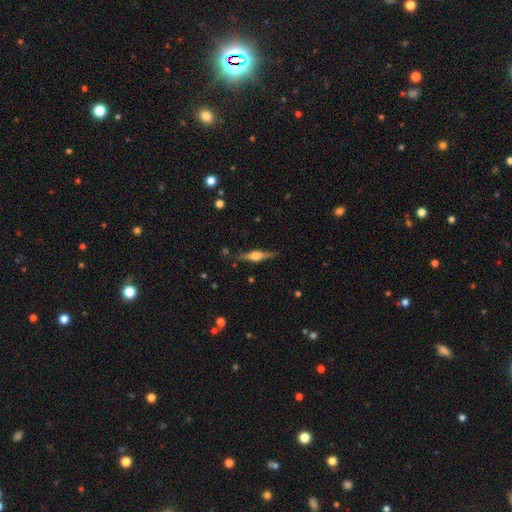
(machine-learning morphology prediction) Smooth or featured? featured or disk (71%)
Edge-on disk? yes (97%)
Edge-on bulge? rounded (89%)
Merging? none (86%)